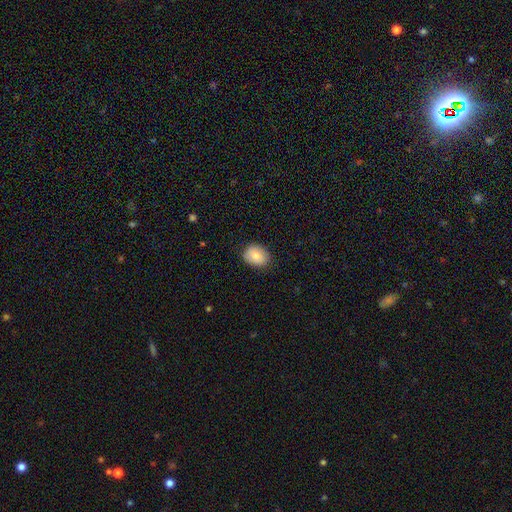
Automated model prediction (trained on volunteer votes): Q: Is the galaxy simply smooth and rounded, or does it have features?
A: smooth — 80%.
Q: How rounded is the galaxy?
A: in between — 54%.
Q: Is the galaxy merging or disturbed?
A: none — 84%.